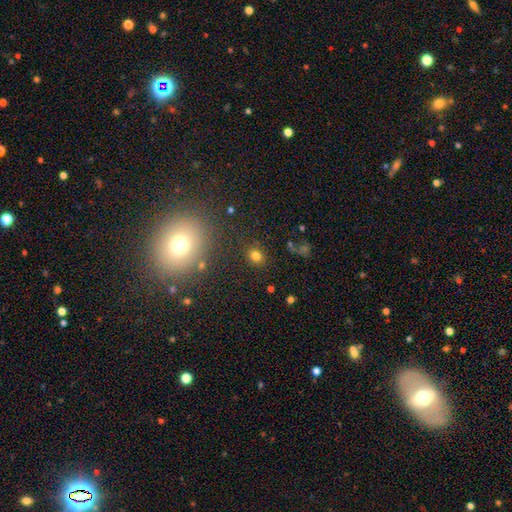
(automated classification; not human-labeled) Q: Smooth or featured?
A: smooth (78%); runner-up: star or artifact (16%)
Q: How rounded?
A: round (70%); runner-up: in between (29%)
Q: Merging?
A: none (85%); runner-up: minor disturbance (9%)